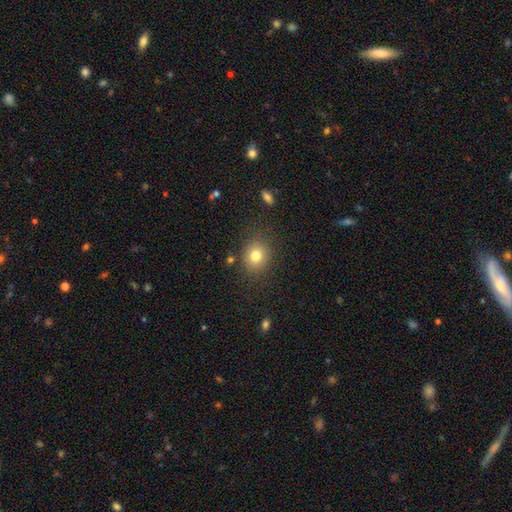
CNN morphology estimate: The model was most divided on "how rounded": round: 71%, in between: 28%, cigar-shaped: 1%. More confident: merging — none (83%); smooth or featured — smooth (79%).